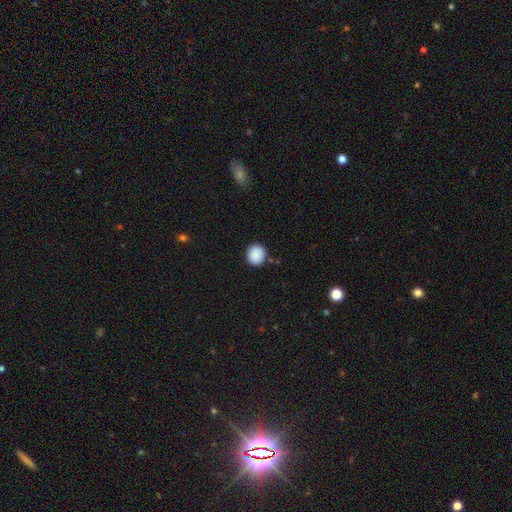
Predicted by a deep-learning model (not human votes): smooth_or_featured: smooth (p=0.89) [alt: star or artifact p=0.08]
how_rounded: round (p=0.85) [alt: in between p=0.15]
merging: none (p=0.88) [alt: minor disturbance p=0.08]